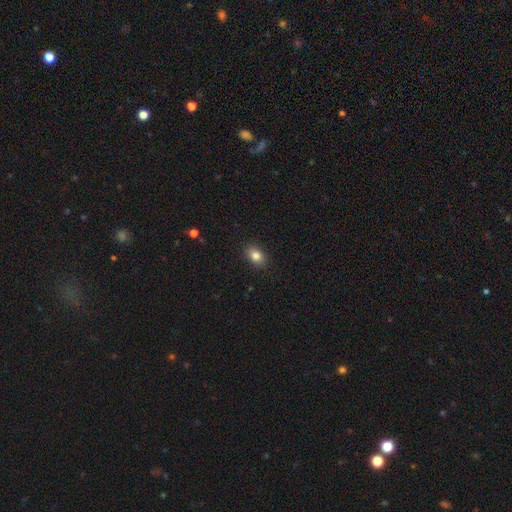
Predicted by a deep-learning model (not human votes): smooth-or-featured: smooth: 84% | star or artifact: 10% | featured or disk: 7%
  how-rounded: in between: 78% | round: 21% | cigar-shaped: 1%
  merging: none: 89% | minor disturbance: 8% | major disturbance: 2% | merger: 1%